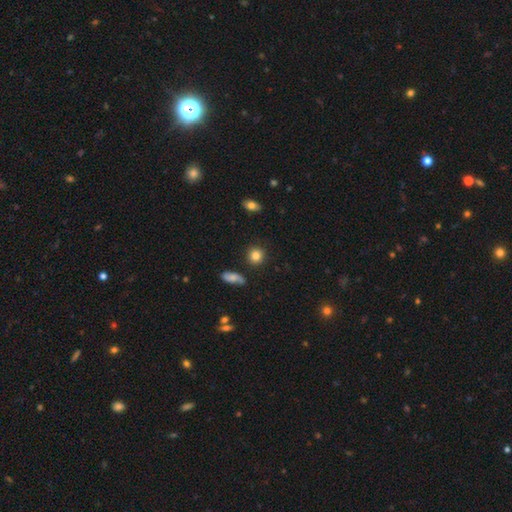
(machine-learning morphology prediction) A smooth galaxy with no disk features (83%) that is round (88%).

Vote fractions:
- Smooth or featured? smooth: 83% / star or artifact: 10% / featured or disk: 7%
- How rounded? round: 88% / in between: 10% / cigar-shaped: 1%
- Merging? none: 86% / minor disturbance: 9% / merger: 3% / major disturbance: 2%